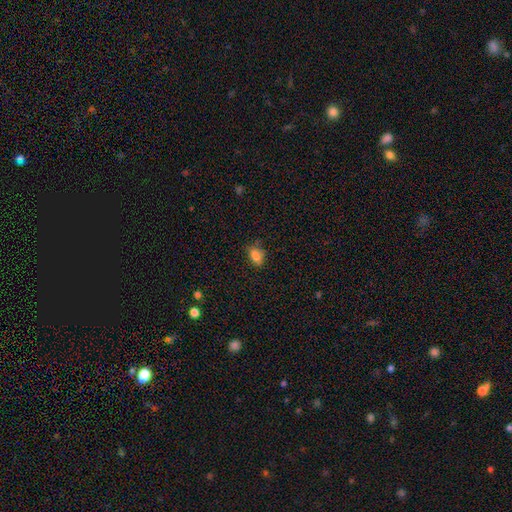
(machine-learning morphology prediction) Overall: smooth (84%). How rounded: in between (81%). Merging: none (73%).